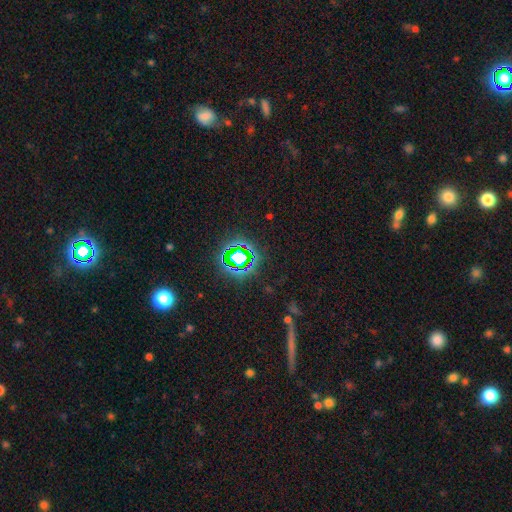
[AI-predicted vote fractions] star or artifact 67%, smooth 22%, featured or disk 11%.